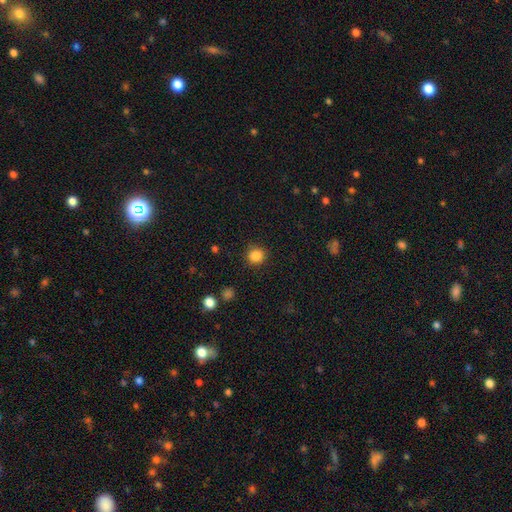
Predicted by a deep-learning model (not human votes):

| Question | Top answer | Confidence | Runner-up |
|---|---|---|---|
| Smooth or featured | smooth | 85% | star or artifact (11%) |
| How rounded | round | 92% | in between (7%) |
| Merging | none | 89% | minor disturbance (7%) |